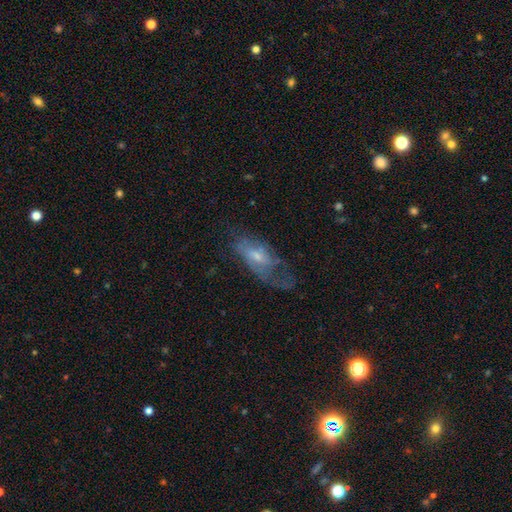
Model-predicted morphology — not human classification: Smooth or featured? featured or disk (59%)
Edge-on disk? no (85%)
Merging? none (54%)